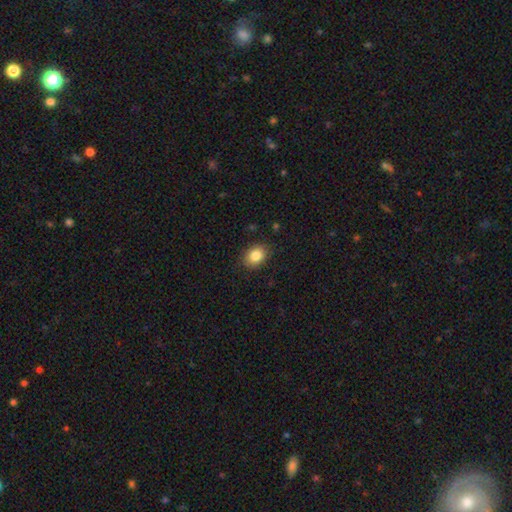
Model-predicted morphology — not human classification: This is clearly a smooth galaxy (85%). How rounded: likely in between (69%). Merging: clearly none (87%).